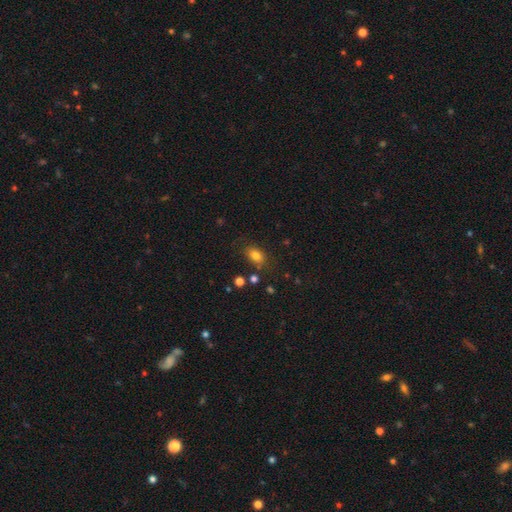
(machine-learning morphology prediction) smooth_or_featured: smooth (p=0.80) [alt: star or artifact p=0.11]
how_rounded: in between (p=0.81) [alt: round p=0.17]
merging: none (p=0.75) [alt: minor disturbance p=0.16]